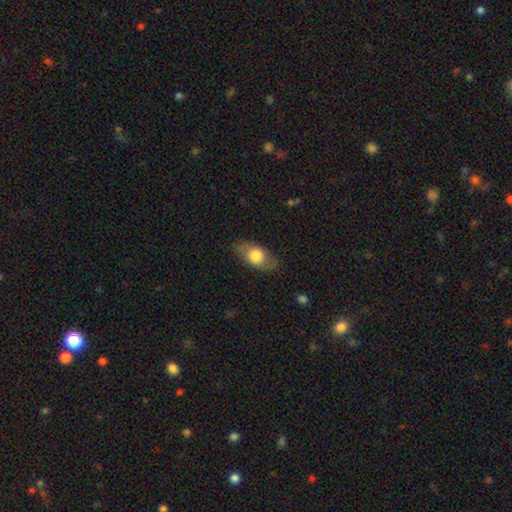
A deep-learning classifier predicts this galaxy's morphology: Overall: smooth (68%). How rounded: in between (85%). Merging: none (78%).